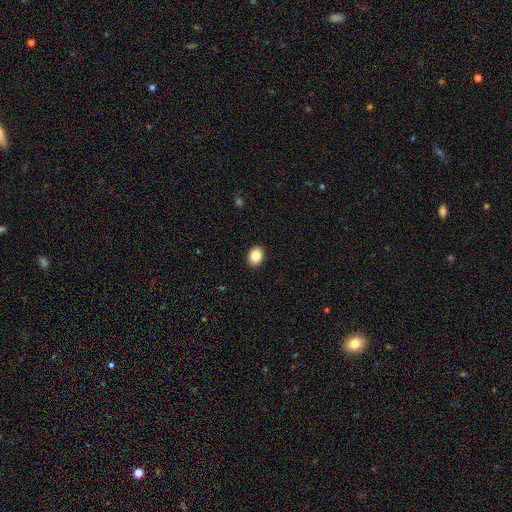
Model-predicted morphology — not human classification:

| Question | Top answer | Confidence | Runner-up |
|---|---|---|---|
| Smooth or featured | smooth | 86% | star or artifact (9%) |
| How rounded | in between | 59% | round (40%) |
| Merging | none | 92% | minor disturbance (6%) |